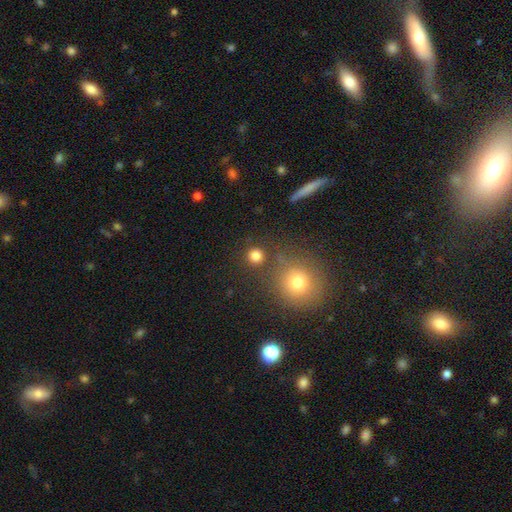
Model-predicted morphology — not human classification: Overall: smooth (81%). How rounded: round (93%). Merging: none (84%).